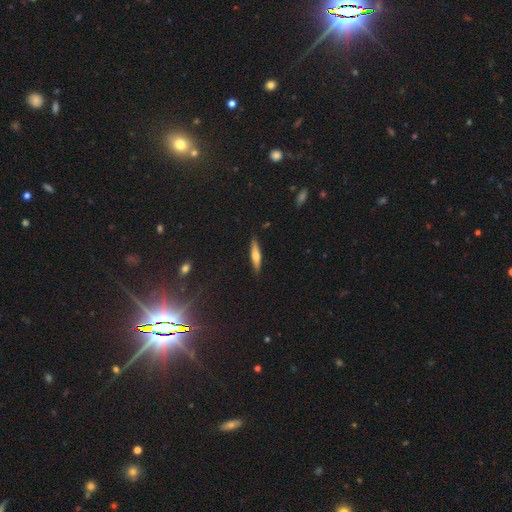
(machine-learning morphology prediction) Smooth or featured? smooth (54%)
How rounded? cigar-shaped (84%)
Merging? none (88%)